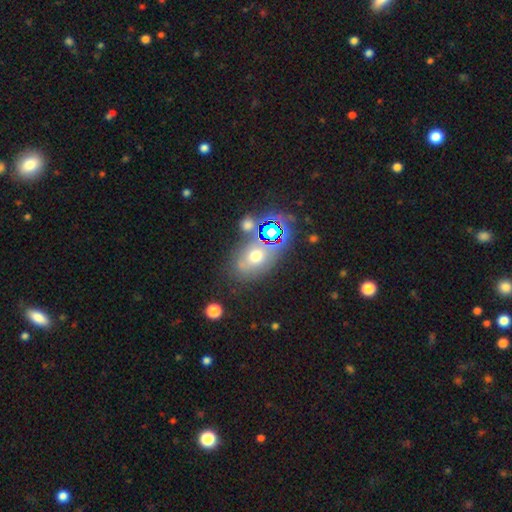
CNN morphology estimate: Smooth or featured: smooth — 47% (star or artifact — 34%)
Merging: none — 57% (merger — 18%)